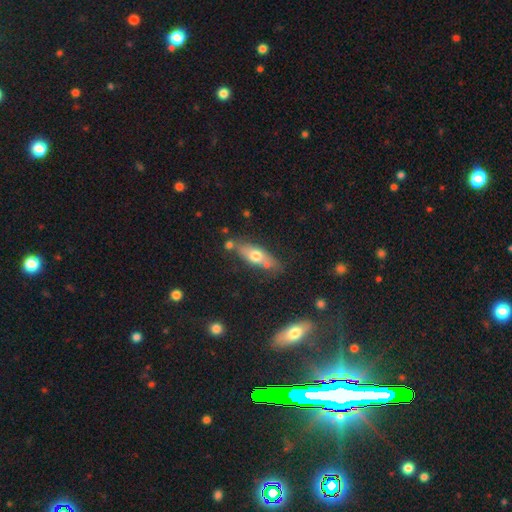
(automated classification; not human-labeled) The model was most divided on "how rounded": in between: 58%, cigar-shaped: 37%, round: 5%. More confident: merging — none (66%); smooth or featured — smooth (57%).